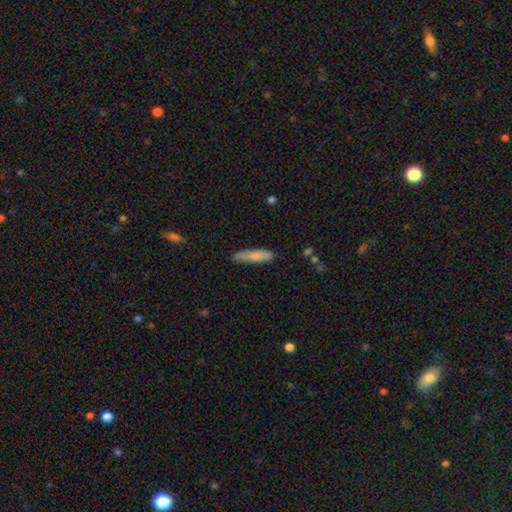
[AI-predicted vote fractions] smooth-or-featured: smooth: 81% | featured or disk: 13% | star or artifact: 6%
  how-rounded: cigar-shaped: 80% | in between: 18% | round: 1%
  merging: none: 80% | minor disturbance: 16% | major disturbance: 3% | merger: 2%